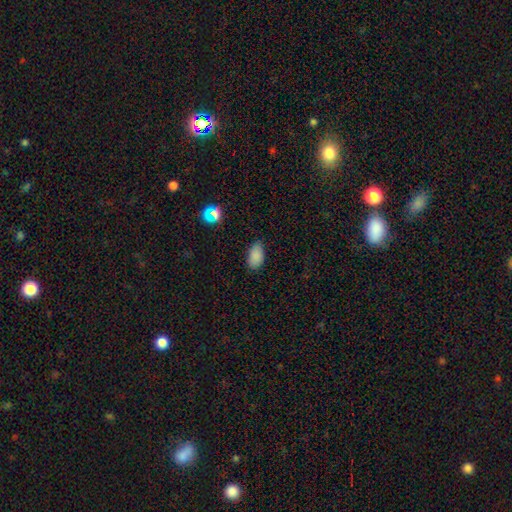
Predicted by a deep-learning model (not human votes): Smooth or featured: smooth — 85% (star or artifact — 11%)
How rounded: in between — 92% (round — 6%)
Merging: none — 76% (minor disturbance — 19%)